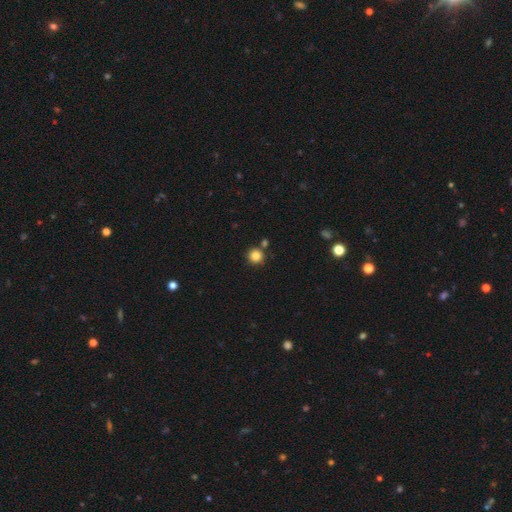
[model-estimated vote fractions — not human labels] Smooth or featured?
  - smooth: 85% *
  - star or artifact: 11%
  - featured or disk: 4%
How rounded?
  - round: 94% *
  - in between: 5%
  - cigar-shaped: 1%
Merging?
  - none: 81% *
  - merger: 9%
  - minor disturbance: 7%
  - major disturbance: 2%